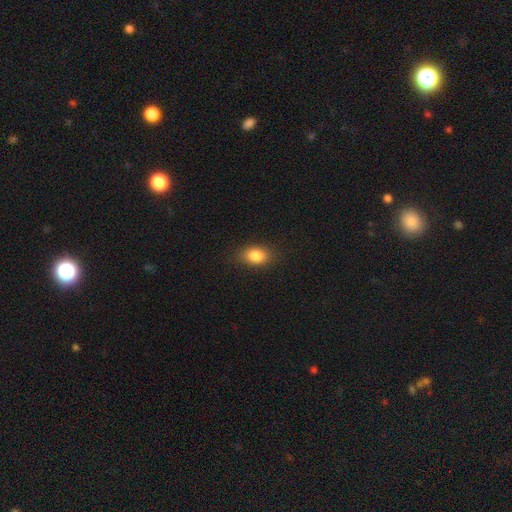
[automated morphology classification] Q: Smooth or featured?
A: smooth (84%); runner-up: star or artifact (9%)
Q: How rounded?
A: in between (76%); runner-up: round (22%)
Q: Merging?
A: none (85%); runner-up: minor disturbance (11%)